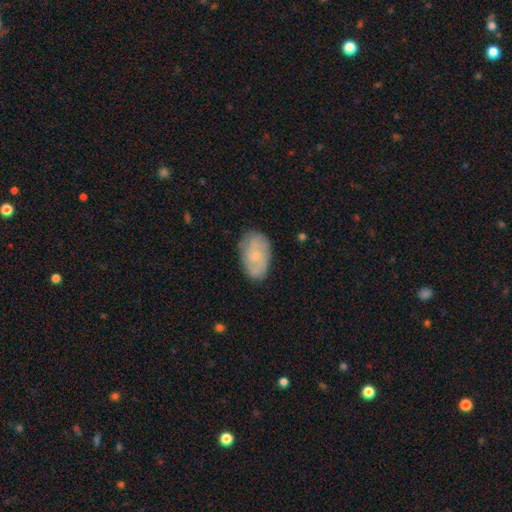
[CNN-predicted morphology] smooth_or_featured: featured or disk (p=0.52) [alt: smooth p=0.41]
disk_edge_on: no (p=0.96) [alt: yes p=0.04]
merging: none (p=0.77) [alt: minor disturbance p=0.18]